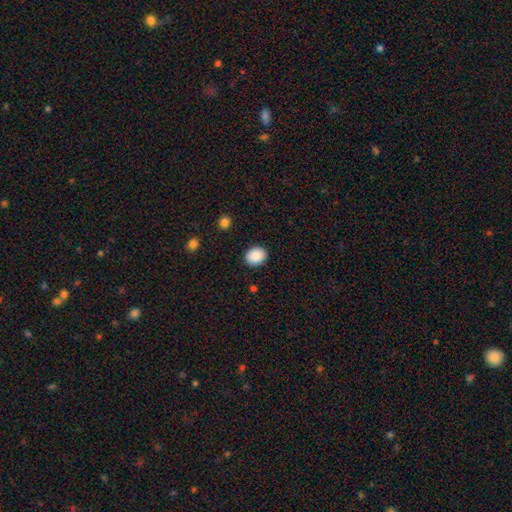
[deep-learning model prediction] smooth 89%, star or artifact 8%, featured or disk 3%. Down the decision tree: how rounded — round (59%); merging — none (89%).